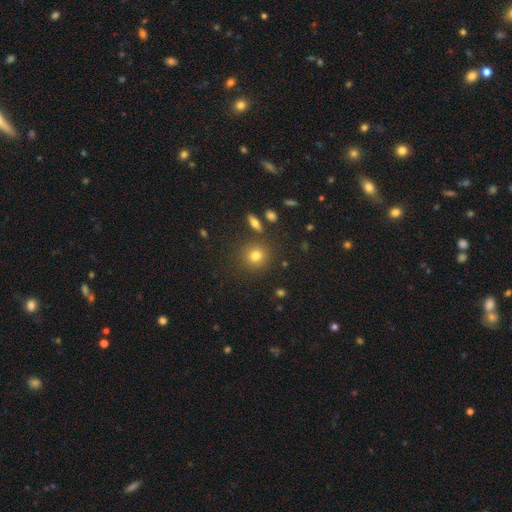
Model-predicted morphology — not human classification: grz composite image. It shows a smooth galaxy with no disk features (78%) that is round (87%). Merging: none (84%).